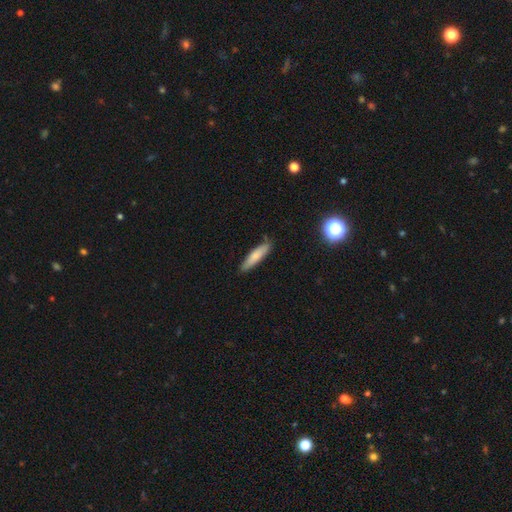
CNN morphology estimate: type=smooth (77%); roundness=cigar-shaped (78%); merging=none (79%).